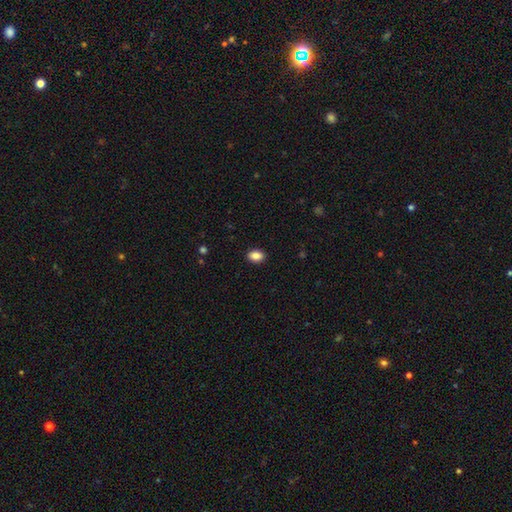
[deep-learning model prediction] Overall: smooth (88%). How rounded: in between (81%). Merging: none (90%).